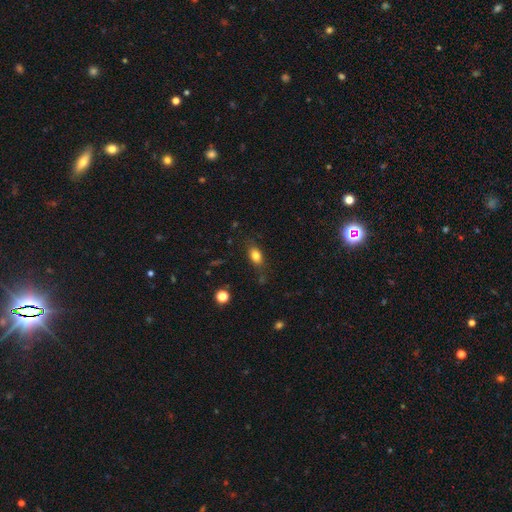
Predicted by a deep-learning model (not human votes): This is clearly a smooth galaxy (81%). How rounded: clearly in between (81%). Merging: likely none (77%).